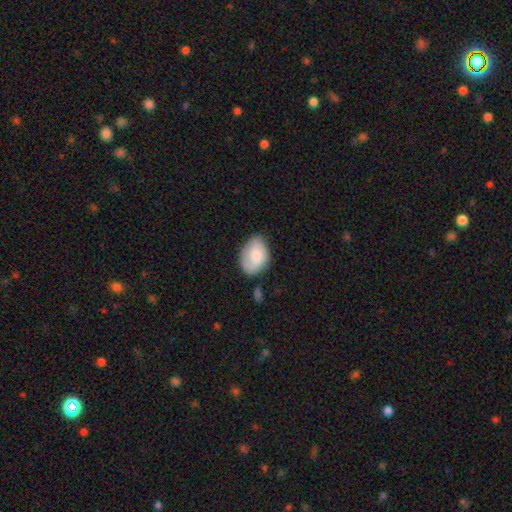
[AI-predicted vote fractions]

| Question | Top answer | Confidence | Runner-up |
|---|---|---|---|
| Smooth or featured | smooth | 75% | featured or disk (18%) |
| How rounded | in between | 80% | round (19%) |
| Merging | none | 60% | minor disturbance (29%) |